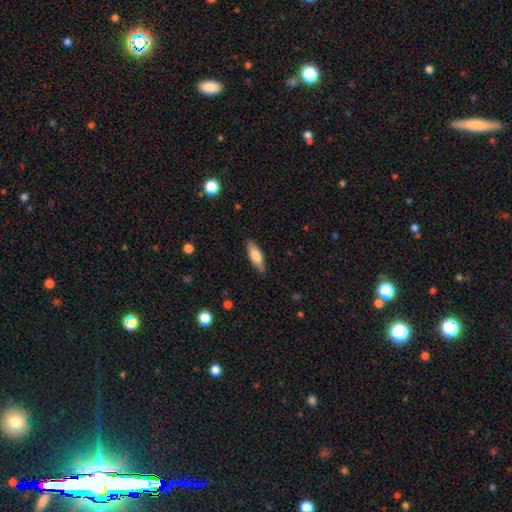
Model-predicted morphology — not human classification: smooth 79%, featured or disk 16%, star or artifact 6%. Down the decision tree: how rounded — in between (53%); merging — none (87%).